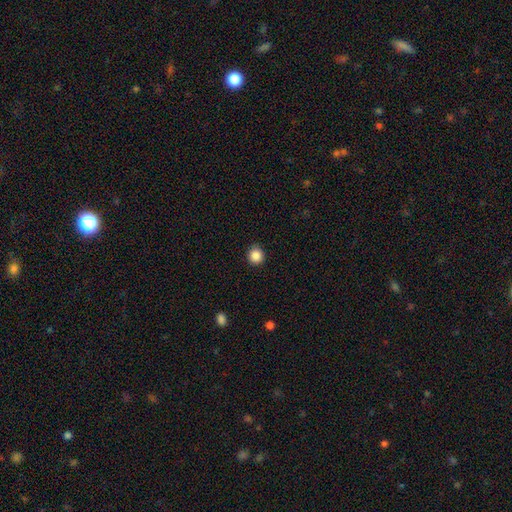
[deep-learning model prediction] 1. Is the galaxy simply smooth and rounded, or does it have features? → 87% smooth, 10% star or artifact, 3% featured or disk.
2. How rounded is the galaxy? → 92% round, 8% in between, 1% cigar-shaped.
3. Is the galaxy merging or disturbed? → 90% none, 7% minor disturbance, 2% major disturbance, 1% merger.